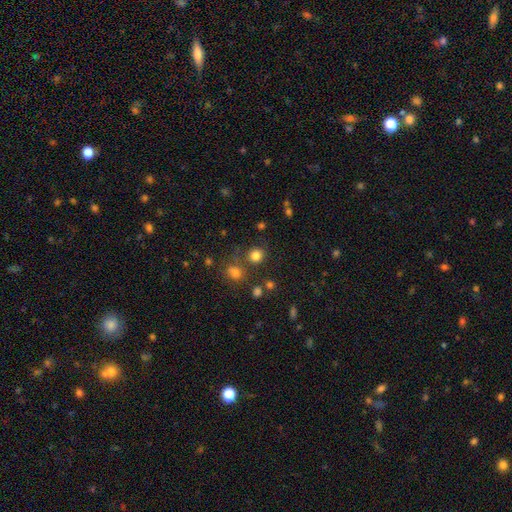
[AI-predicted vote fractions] Morphology: type=smooth (80%); roundness=round (86%); merging=none (78%).